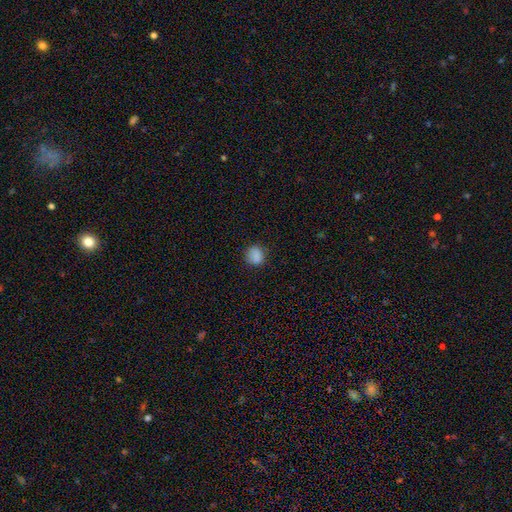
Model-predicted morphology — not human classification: type=smooth (85%); roundness=round (78%); merging=none (81%).